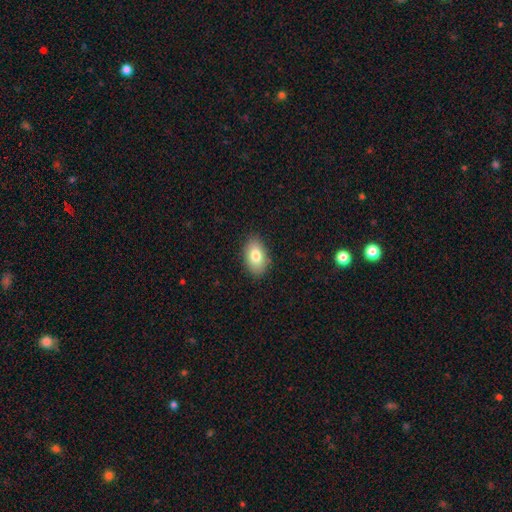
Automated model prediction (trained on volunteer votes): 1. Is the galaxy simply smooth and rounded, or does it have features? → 80% smooth, 13% featured or disk, 7% star or artifact.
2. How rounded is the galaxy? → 91% in between, 7% round, 2% cigar-shaped.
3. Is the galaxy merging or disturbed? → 87% none, 10% minor disturbance, 2% major disturbance, 1% merger.